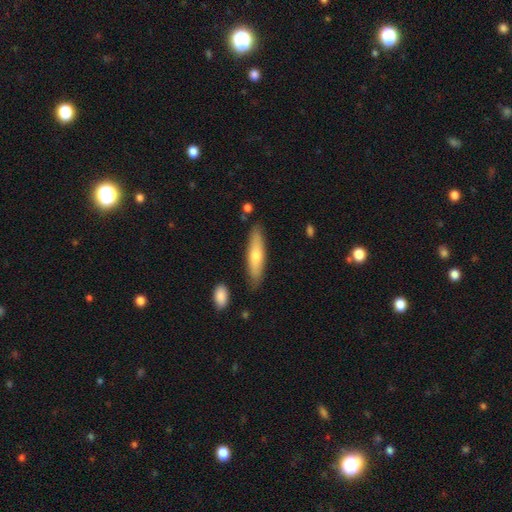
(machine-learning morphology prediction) Q: Smooth or featured?
A: smooth (62%); runner-up: featured or disk (32%)
Q: How rounded?
A: cigar-shaped (70%); runner-up: in between (28%)
Q: Merging?
A: none (83%); runner-up: minor disturbance (12%)